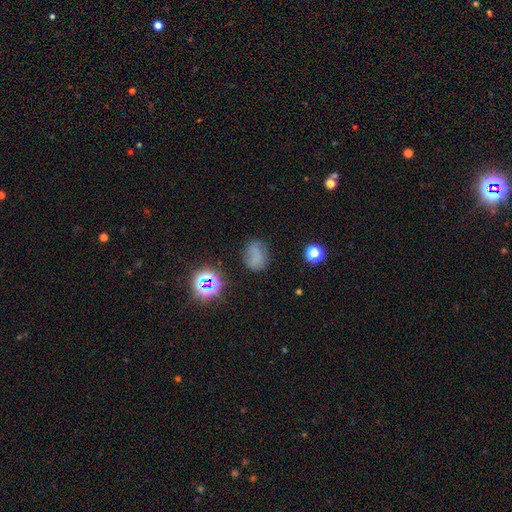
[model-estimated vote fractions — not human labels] Smooth or featured: smooth — 57% (star or artifact — 23%)
How rounded: in between — 50% (round — 49%)
Merging: none — 65% (minor disturbance — 22%)